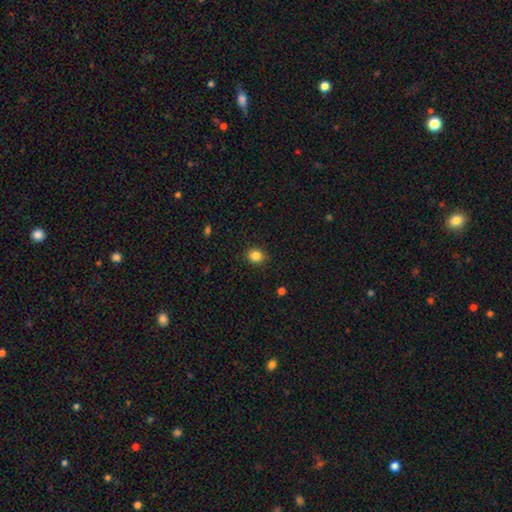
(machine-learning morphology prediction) This is clearly a smooth galaxy (84%). How rounded: likely round (77%). Merging: clearly none (87%).